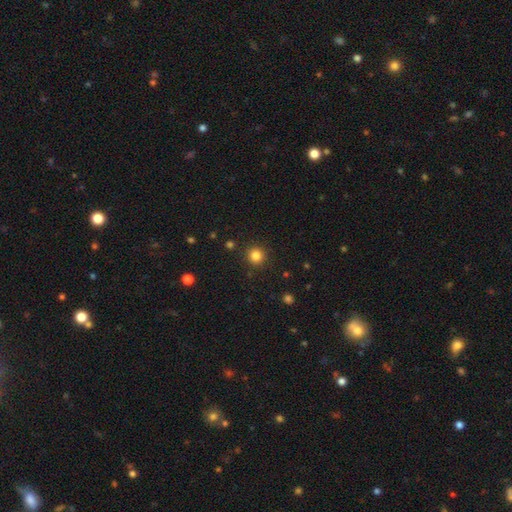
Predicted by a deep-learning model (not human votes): This appears to be a smooth galaxy with no disk features (83%) that is round (94%). Merging: none (91%).